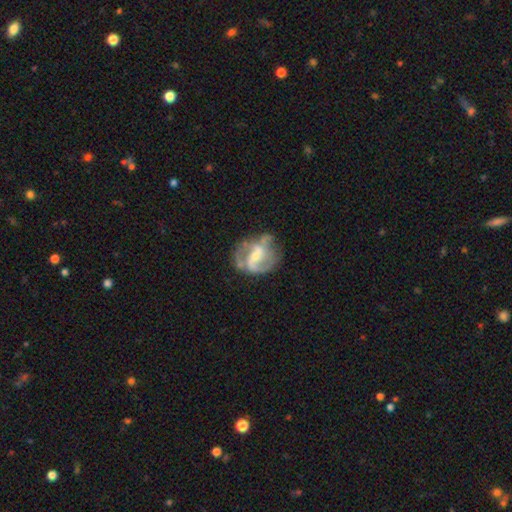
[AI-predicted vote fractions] Morphology: type=featured or disk (78%); edge-on=no (98%); bar=weak (49%); spiral arms=yes (85%); winding=medium (47%); arm count=2 (72%); bulge=small (46%); merging=none (53%).